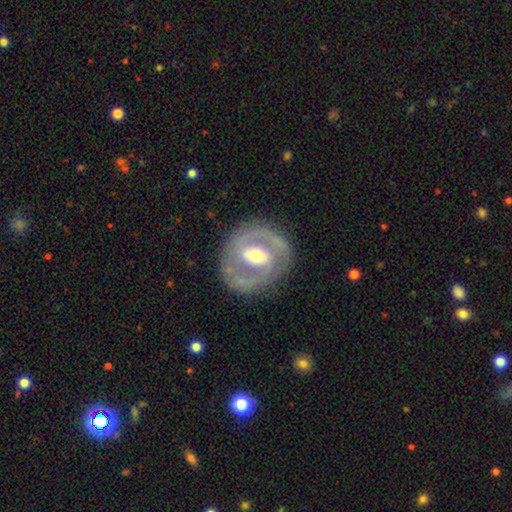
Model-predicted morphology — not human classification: Smooth or featured? featured or disk (79%)
Edge-on disk? no (96%)
Bar? weak (41%)
Spiral arms? yes (73%)
Spiral winding? tight (44%)
Spiral arm count? 2 (79%)
Bulge size? moderate (63%)
Merging? none (81%)